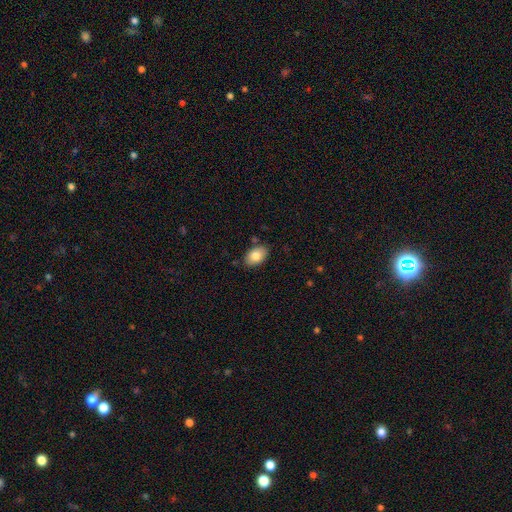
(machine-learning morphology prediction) Q: Smooth or featured?
A: smooth (83%); runner-up: featured or disk (10%)
Q: How rounded?
A: in between (88%); runner-up: round (10%)
Q: Merging?
A: none (83%); runner-up: minor disturbance (12%)